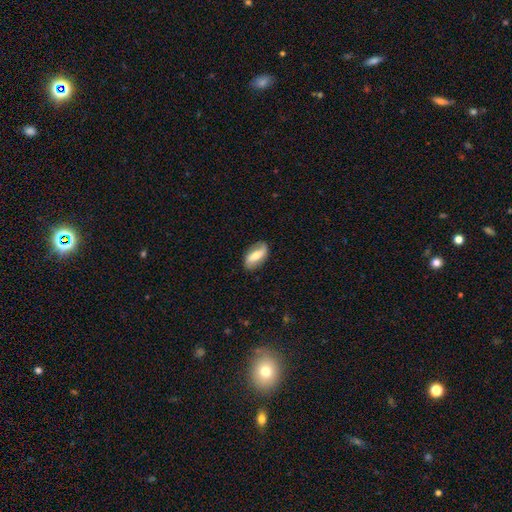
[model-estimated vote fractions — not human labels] Smooth or featured?
  - featured or disk: 59% *
  - smooth: 35%
  - star or artifact: 6%
Edge-on disk?
  - no: 90% *
  - yes: 10%
Bar?
  - strong: 46% *
  - weak: 33%
  - no: 21%
Spiral arms?
  - yes: 79% *
  - no: 21%
Bulge size?
  - moderate: 58% *
  - small: 25%
  - large: 12%
  - none: 3%
  - dominant: 2%
Merging?
  - none: 81% *
  - minor disturbance: 14%
  - major disturbance: 4%
  - merger: 1%